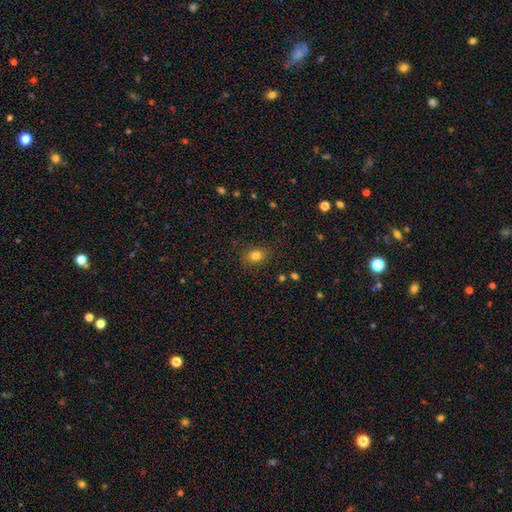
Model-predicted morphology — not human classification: The model was most divided on "how rounded": in between: 59%, round: 39%, cigar-shaped: 1%. More confident: merging — none (85%); smooth or featured — smooth (81%).